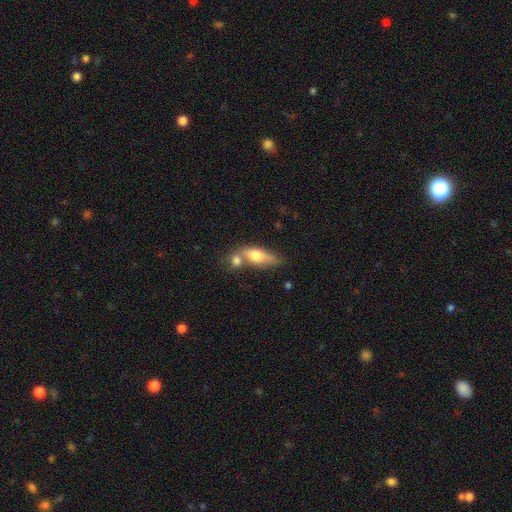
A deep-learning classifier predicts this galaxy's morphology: Q: Smooth or featured?
A: smooth (65%); runner-up: featured or disk (28%)
Q: How rounded?
A: in between (62%); runner-up: cigar-shaped (32%)
Q: Merging?
A: merger (45%); runner-up: none (35%)